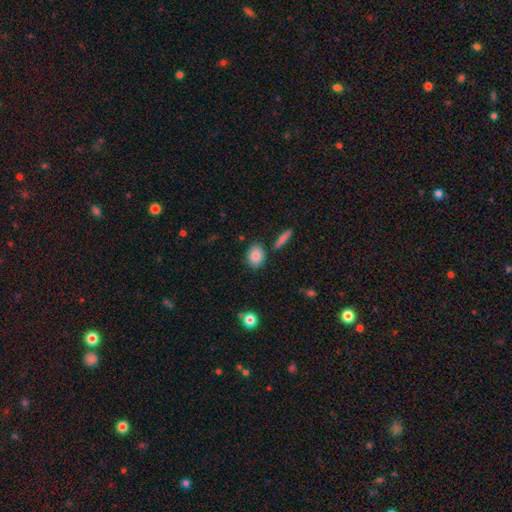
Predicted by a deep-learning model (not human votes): Smooth or featured? Predicted: smooth (p=0.86). How rounded? Predicted: in between (p=0.63). Merging? Predicted: none (p=0.81).